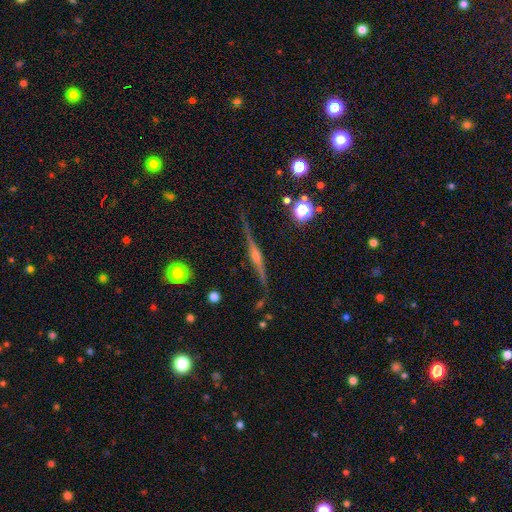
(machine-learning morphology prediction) Smooth or featured?
  - featured or disk: 85% *
  - smooth: 8%
  - star or artifact: 7%
Edge-on disk?
  - yes: 95% *
  - no: 5%
Edge-on bulge?
  - rounded: 83% *
  - boxy: 10%
  - none: 7%
Merging?
  - none: 82% *
  - minor disturbance: 13%
  - major disturbance: 4%
  - merger: 2%